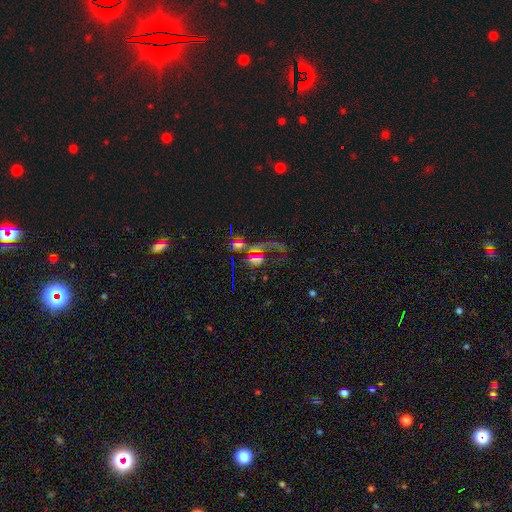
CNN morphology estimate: Smooth or featured? Predicted: featured or disk (p=0.41). Merging? Predicted: merger (p=0.36).